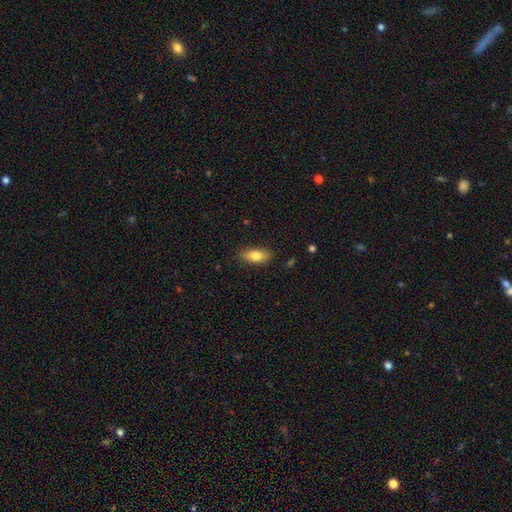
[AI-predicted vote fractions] A smooth galaxy with no disk features (78%) that is in between round and cigar-shaped (80%). Merging: none (86%).